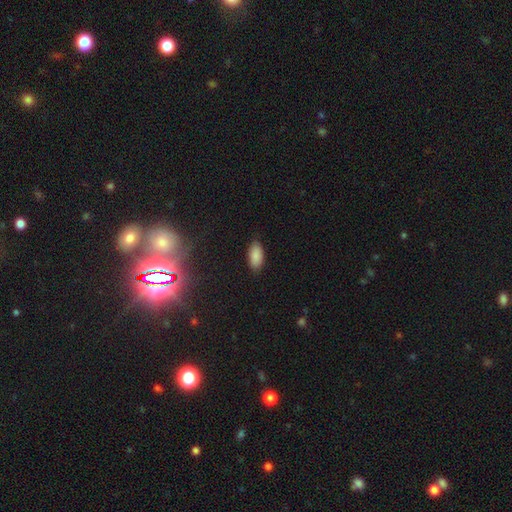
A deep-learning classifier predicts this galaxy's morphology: type=smooth (88%); roundness=in between (93%); merging=none (84%).